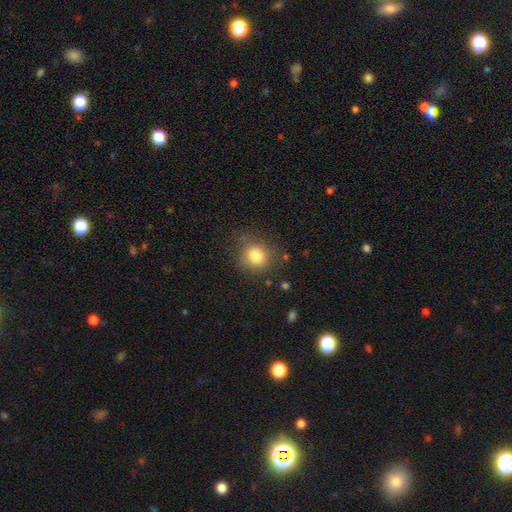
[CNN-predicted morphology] Smooth or featured? Predicted: smooth (p=0.81). How rounded? Predicted: round (p=0.84). Merging? Predicted: none (p=0.79).